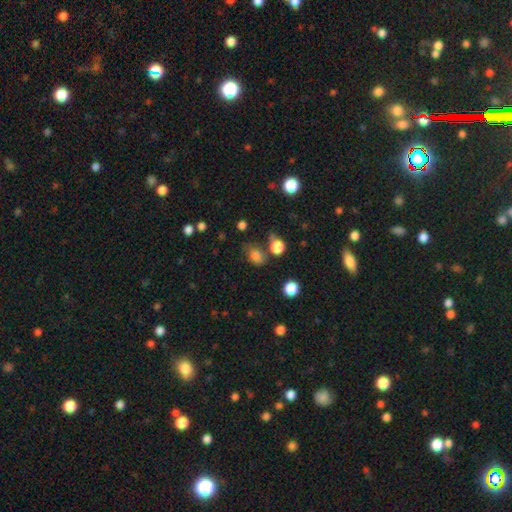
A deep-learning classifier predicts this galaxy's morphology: Smooth or featured?
  - smooth: 76% *
  - star or artifact: 15%
  - featured or disk: 9%
How rounded?
  - in between: 59% *
  - round: 39%
  - cigar-shaped: 1%
Merging?
  - none: 56% *
  - minor disturbance: 24%
  - major disturbance: 11%
  - merger: 9%